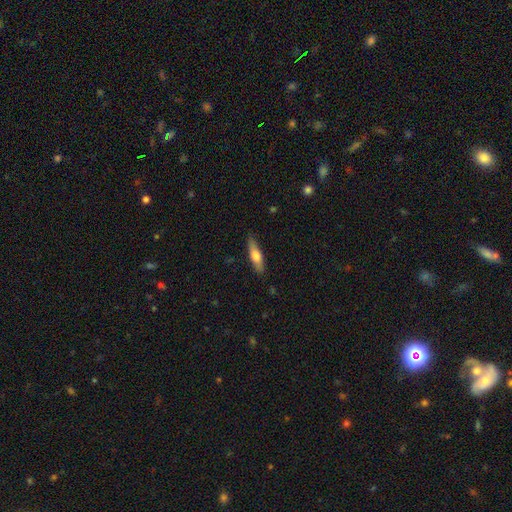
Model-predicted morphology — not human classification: Smooth or featured? Predicted: smooth (p=0.56). How rounded? Predicted: cigar-shaped (p=0.66). Merging? Predicted: none (p=0.84).